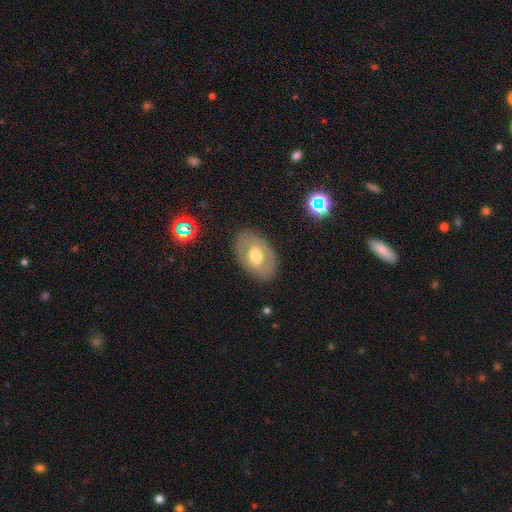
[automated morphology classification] A smooth galaxy with no disk features (48%).

Vote fractions:
- Smooth or featured? smooth: 48% / featured or disk: 45% / star or artifact: 7%
- Merging? none: 83% / minor disturbance: 11% / major disturbance: 4% / merger: 1%